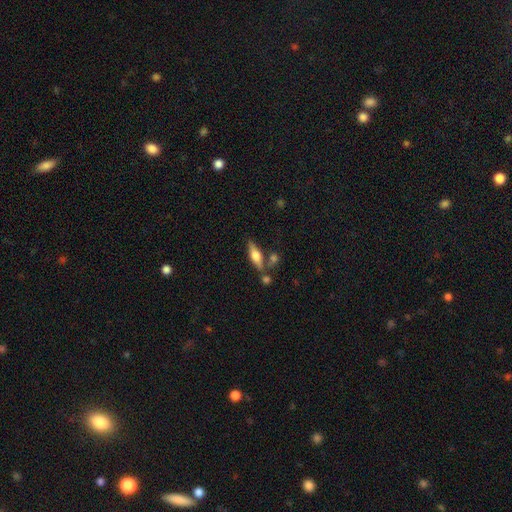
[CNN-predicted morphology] Smooth or featured: smooth — 49% (featured or disk — 43%)
Merging: none — 66% (minor disturbance — 15%)